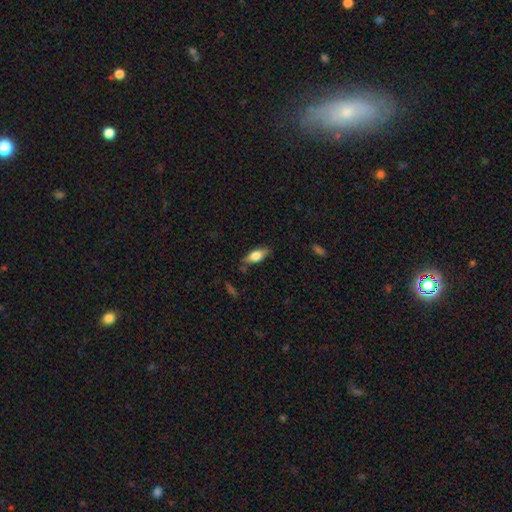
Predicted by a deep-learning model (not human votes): Overall: smooth (73%). How rounded: in between (81%). Merging: none (78%).